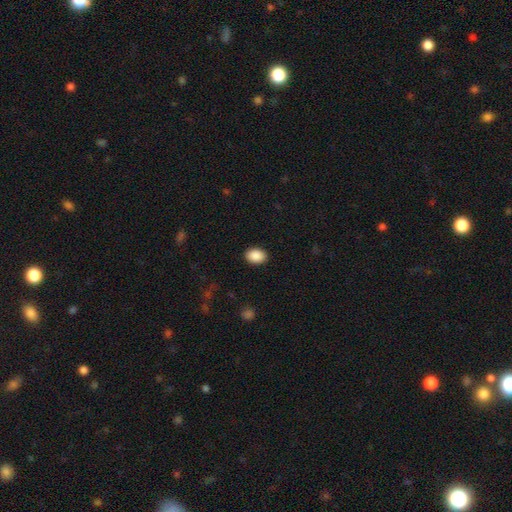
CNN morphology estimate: Smooth or featured?
  - smooth: 90% *
  - star or artifact: 7%
  - featured or disk: 3%
How rounded?
  - in between: 75% *
  - round: 24%
  - cigar-shaped: 1%
Merging?
  - none: 90% *
  - minor disturbance: 7%
  - major disturbance: 2%
  - merger: 1%